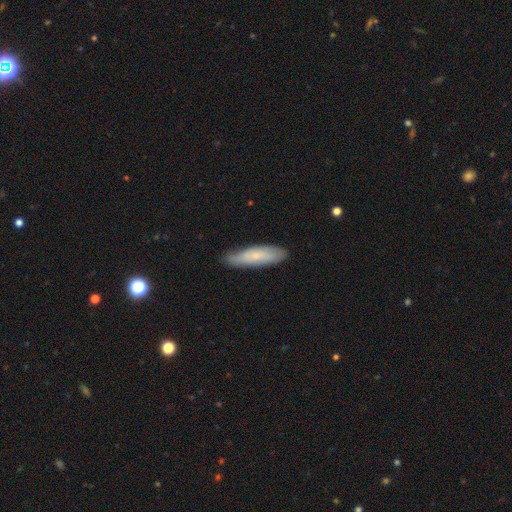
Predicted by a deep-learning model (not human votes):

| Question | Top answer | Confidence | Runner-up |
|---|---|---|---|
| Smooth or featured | smooth | 65% | featured or disk (28%) |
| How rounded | cigar-shaped | 66% | in between (32%) |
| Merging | none | 79% | minor disturbance (17%) |